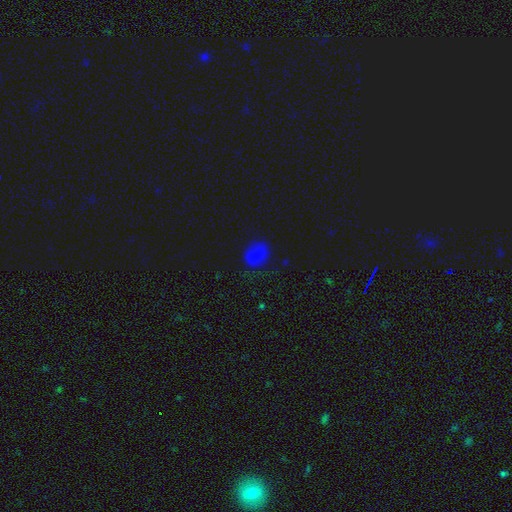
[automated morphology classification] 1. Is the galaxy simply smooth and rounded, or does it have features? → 69% smooth, 19% star or artifact, 12% featured or disk.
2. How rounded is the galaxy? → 59% in between, 40% round, 2% cigar-shaped.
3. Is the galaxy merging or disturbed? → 68% none, 22% minor disturbance, 8% major disturbance, 2% merger.